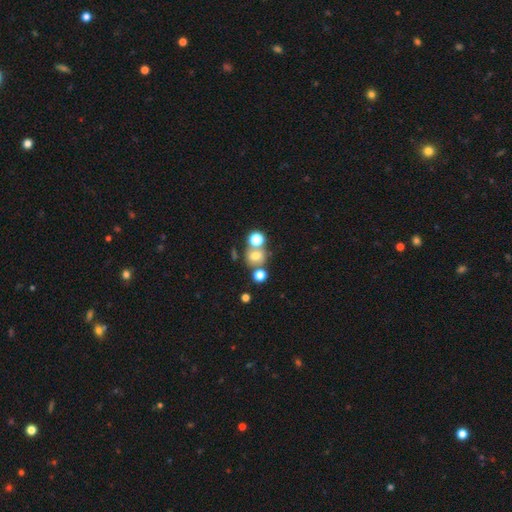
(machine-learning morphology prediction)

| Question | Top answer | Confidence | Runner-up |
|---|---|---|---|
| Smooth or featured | smooth | 65% | star or artifact (19%) |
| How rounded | round | 67% | in between (32%) |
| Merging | none | 51% | merger (32%) |